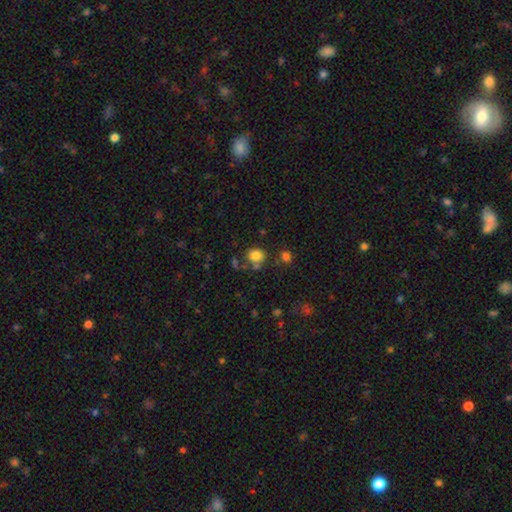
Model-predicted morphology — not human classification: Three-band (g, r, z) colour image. It shows a smooth galaxy with no disk features (80%) that is round (66%). Merging: none (66%).